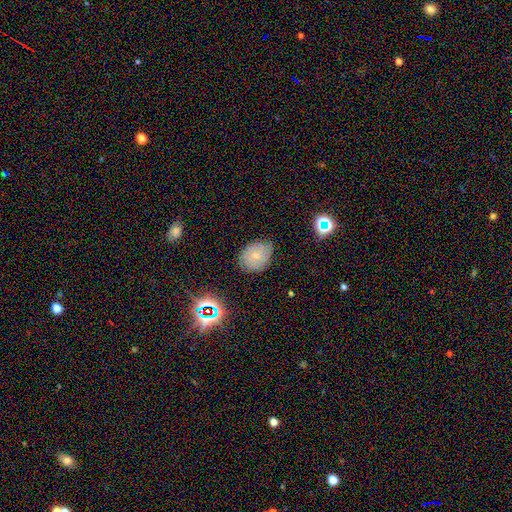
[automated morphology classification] A featured or disk galaxy (46%).

Vote fractions:
- Smooth or featured? featured or disk: 46% / smooth: 39% / star or artifact: 15%
- Merging? none: 72% / minor disturbance: 22% / major disturbance: 5% / merger: 2%